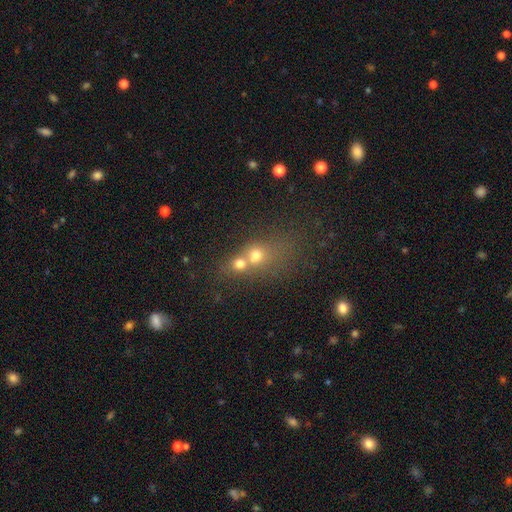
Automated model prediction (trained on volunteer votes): Smooth or featured?
  - smooth: 62% *
  - featured or disk: 21%
  - star or artifact: 17%
How rounded?
  - round: 65% *
  - in between: 33%
  - cigar-shaped: 3%
Merging?
  - merger: 65% *
  - none: 24%
  - minor disturbance: 6%
  - major disturbance: 5%